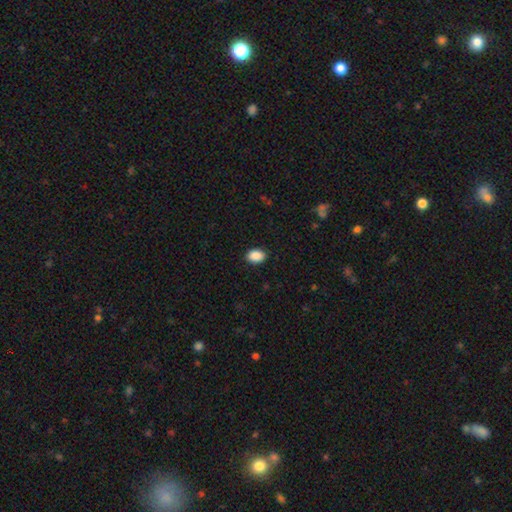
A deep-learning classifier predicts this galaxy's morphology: A smooth galaxy with no disk features (90%) that is in between round and cigar-shaped (83%).

Vote fractions:
- Smooth or featured? smooth: 90% / star or artifact: 7% / featured or disk: 3%
- How rounded? in between: 83% / round: 16% / cigar-shaped: 1%
- Merging? none: 89% / minor disturbance: 8% / major disturbance: 2% / merger: 1%